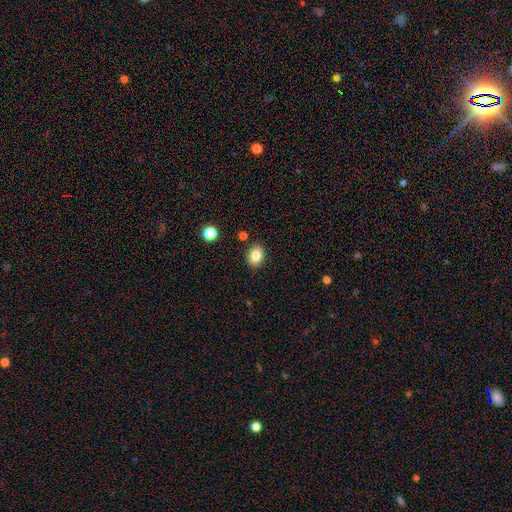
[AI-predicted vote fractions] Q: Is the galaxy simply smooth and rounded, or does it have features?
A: smooth — 82%.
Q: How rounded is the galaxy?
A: in between — 61%.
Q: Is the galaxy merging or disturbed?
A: none — 87%.